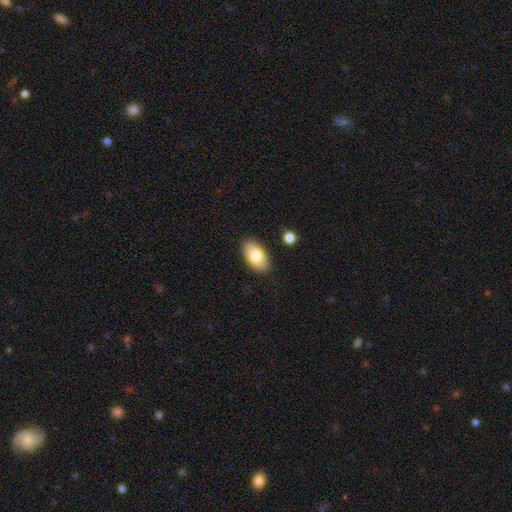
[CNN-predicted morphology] smooth_or_featured: smooth (p=0.79) [alt: featured or disk p=0.14]
how_rounded: in between (p=0.94) [alt: round p=0.04]
merging: none (p=0.87) [alt: minor disturbance p=0.09]